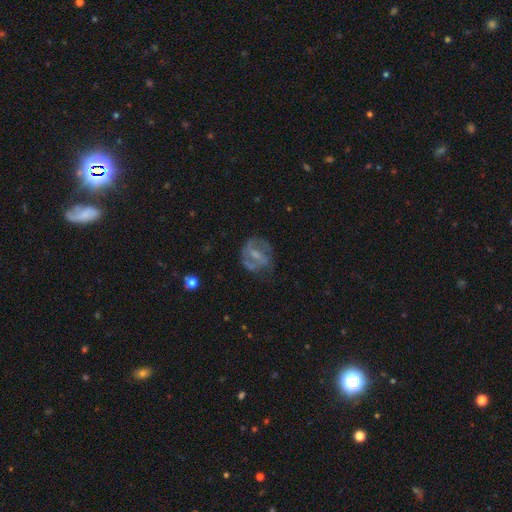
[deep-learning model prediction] Q: Smooth or featured?
A: featured or disk (62%); runner-up: smooth (29%)
Q: Edge-on disk?
A: no (96%); runner-up: yes (4%)
Q: Bar?
A: weak (44%); runner-up: no (34%)
Q: Spiral arms?
A: yes (58%); runner-up: no (42%)
Q: Bulge size?
A: small (39%); runner-up: moderate (33%)
Q: Merging?
A: none (55%); runner-up: minor disturbance (23%)